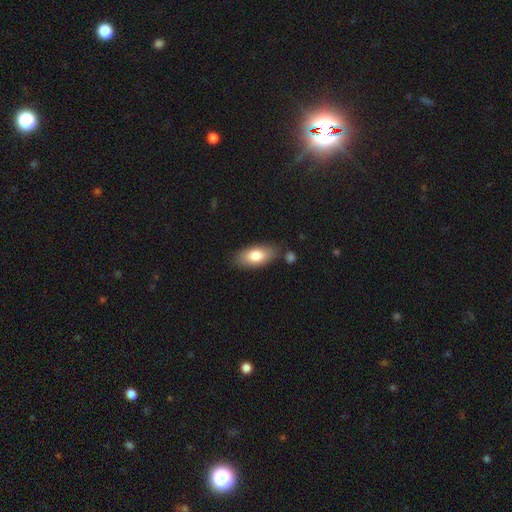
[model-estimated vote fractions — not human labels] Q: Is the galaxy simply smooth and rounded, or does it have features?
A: smooth — 79%.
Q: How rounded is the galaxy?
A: in between — 88%.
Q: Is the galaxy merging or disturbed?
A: none — 77%.